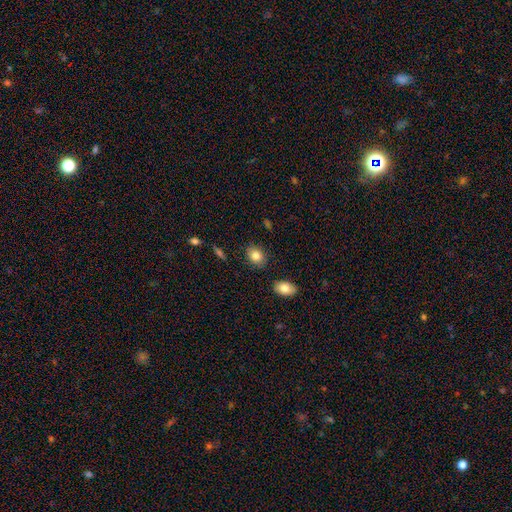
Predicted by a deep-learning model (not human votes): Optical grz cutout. It shows a smooth galaxy with no disk features (83%) that is in between round and cigar-shaped (65%). Merging: none (85%).